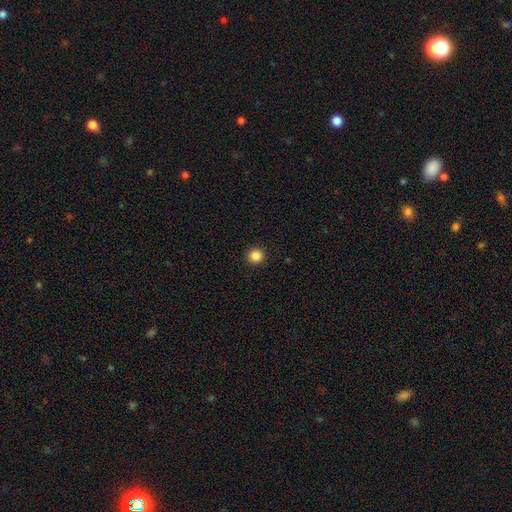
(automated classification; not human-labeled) Q: Smooth or featured?
A: smooth (85%); runner-up: star or artifact (11%)
Q: How rounded?
A: round (95%); runner-up: in between (4%)
Q: Merging?
A: none (94%); runner-up: minor disturbance (4%)